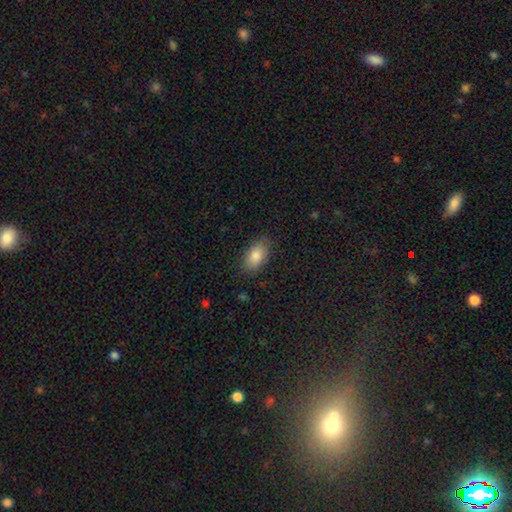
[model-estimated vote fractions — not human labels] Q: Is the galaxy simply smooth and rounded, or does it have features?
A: smooth — 84%.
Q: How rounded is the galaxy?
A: in between — 92%.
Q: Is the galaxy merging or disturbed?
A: none — 83%.